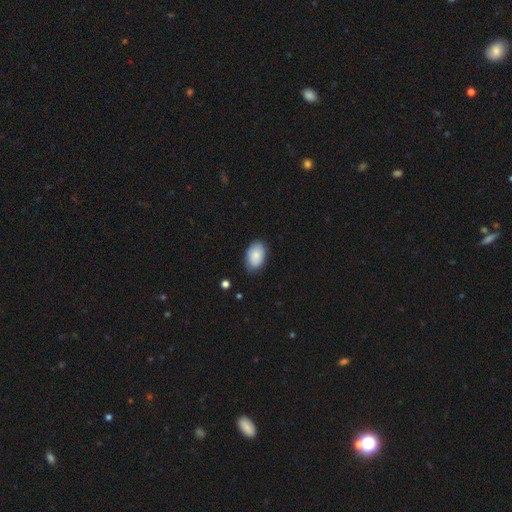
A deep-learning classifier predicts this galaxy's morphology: Q: Smooth or featured?
A: smooth (85%); runner-up: featured or disk (8%)
Q: How rounded?
A: in between (89%); runner-up: round (10%)
Q: Merging?
A: none (77%); runner-up: minor disturbance (18%)